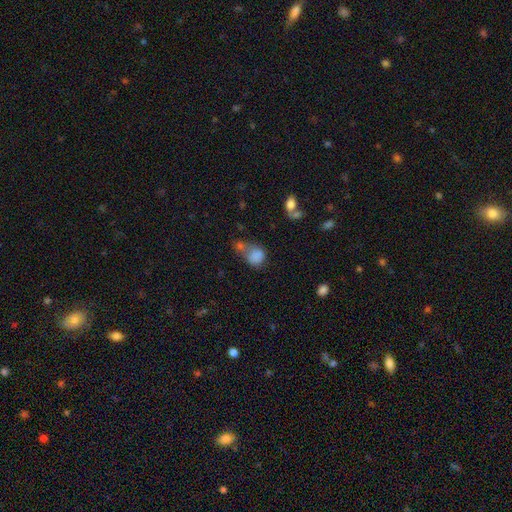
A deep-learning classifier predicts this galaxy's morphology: A smooth galaxy with no disk features (78%) that is round (59%).

Vote fractions:
- Smooth or featured? smooth: 78% / star or artifact: 12% / featured or disk: 10%
- How rounded? round: 59% / in between: 40% / cigar-shaped: 1%
- Merging? merger: 38% / none: 30% / minor disturbance: 17% / major disturbance: 15%